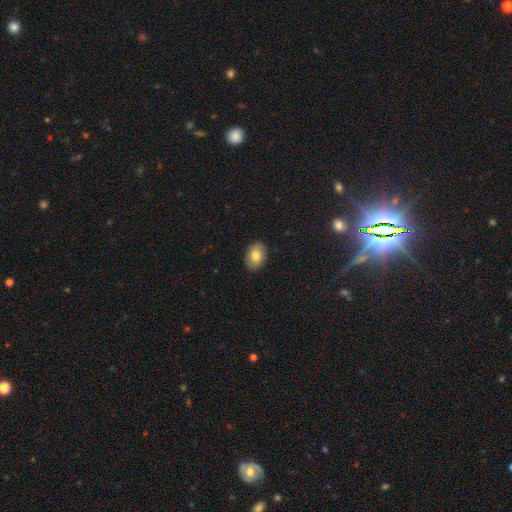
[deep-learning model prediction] A smooth galaxy with no disk features (79%) that is in between round and cigar-shaped (81%).

Vote fractions:
- Smooth or featured? smooth: 79% / featured or disk: 13% / star or artifact: 8%
- How rounded? in between: 81% / round: 18% / cigar-shaped: 1%
- Merging? none: 88% / minor disturbance: 9% / major disturbance: 2% / merger: 1%